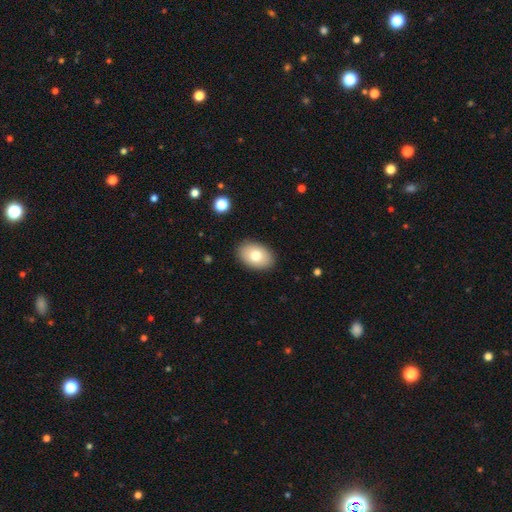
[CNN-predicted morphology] This is likely a smooth galaxy (78%). How rounded: clearly in between (87%). Merging: clearly none (89%).